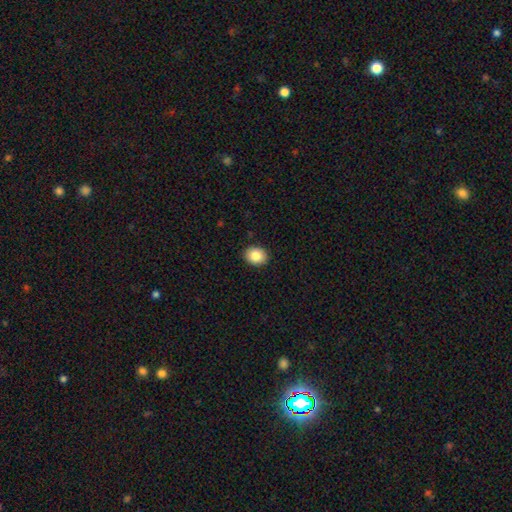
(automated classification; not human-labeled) smooth_or_featured: smooth (p=0.85) [alt: star or artifact p=0.08]
how_rounded: round (p=0.53) [alt: in between p=0.46]
merging: none (p=0.91) [alt: minor disturbance p=0.06]